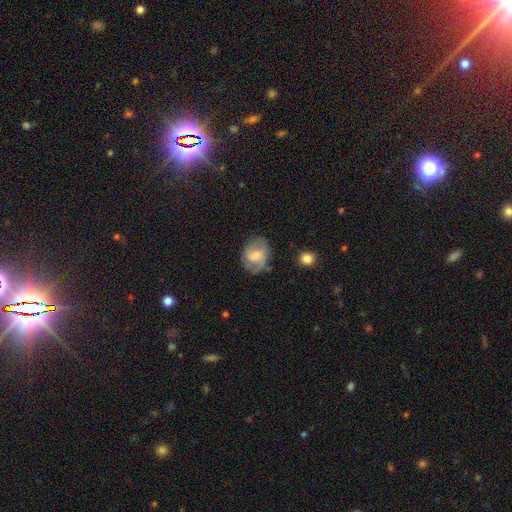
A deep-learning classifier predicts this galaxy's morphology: The model was most divided on "bulge size": moderate: 43%, small: 41%, none: 8%, large: 6%, dominant: 1%. Remaining: edge-on disk — no (97%); spiral arms — yes (83%); merging — none (68%); smooth or featured — featured or disk (54%); bar — weak (49%).